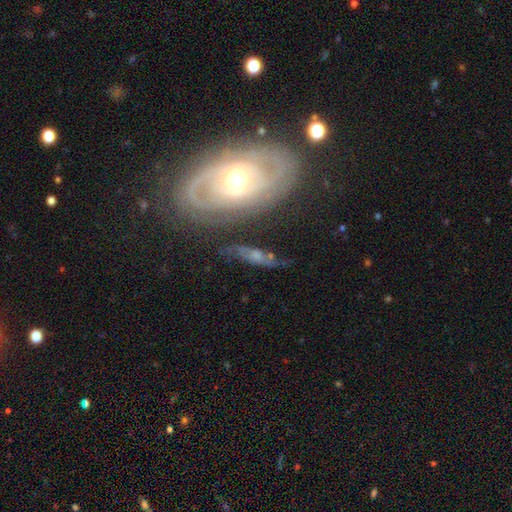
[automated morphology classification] smooth-or-featured: featured or disk: 56% | smooth: 31% | star or artifact: 13%
  disk-edge-on: no: 66% | yes: 34%
  merging: none: 61% | minor disturbance: 21% | major disturbance: 12% | merger: 7%